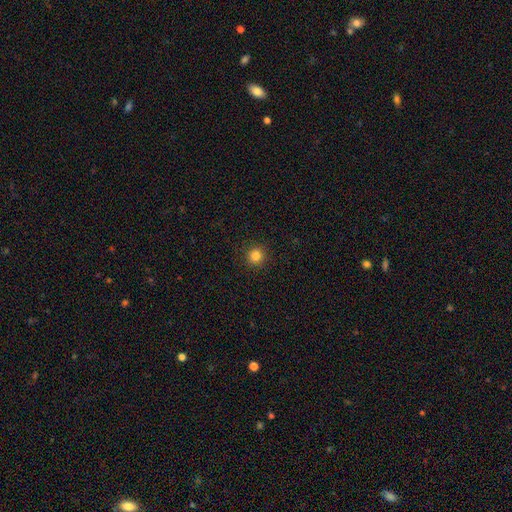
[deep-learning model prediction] Morphology: type=smooth (83%); roundness=round (93%); merging=none (92%).